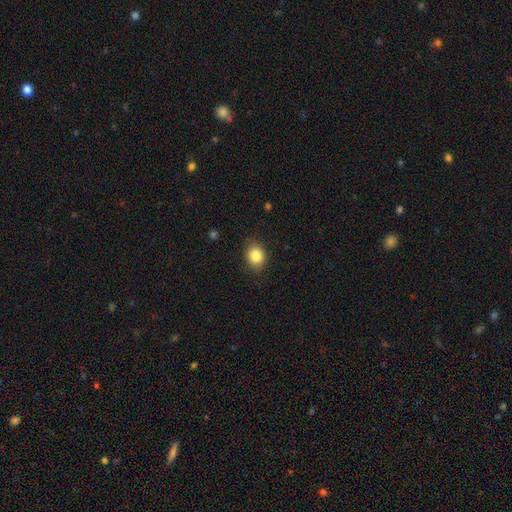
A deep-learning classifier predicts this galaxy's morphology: Smooth or featured? smooth (85%)
How rounded? round (54%)
Merging? none (82%)